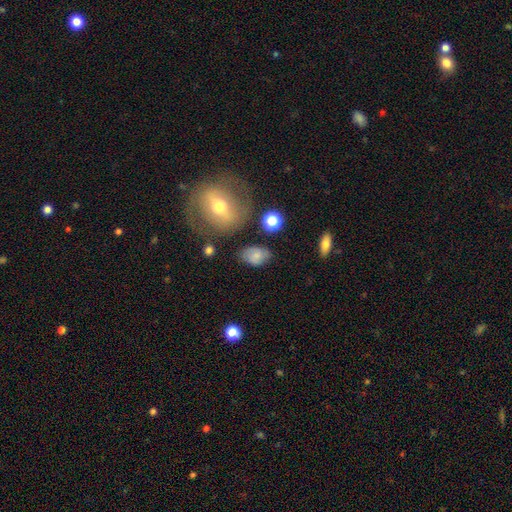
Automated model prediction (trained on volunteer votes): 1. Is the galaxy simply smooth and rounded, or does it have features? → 70% smooth, 20% featured or disk, 11% star or artifact.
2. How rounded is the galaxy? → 82% in between, 16% round, 2% cigar-shaped.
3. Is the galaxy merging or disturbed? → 73% none, 17% minor disturbance, 6% major disturbance, 4% merger.